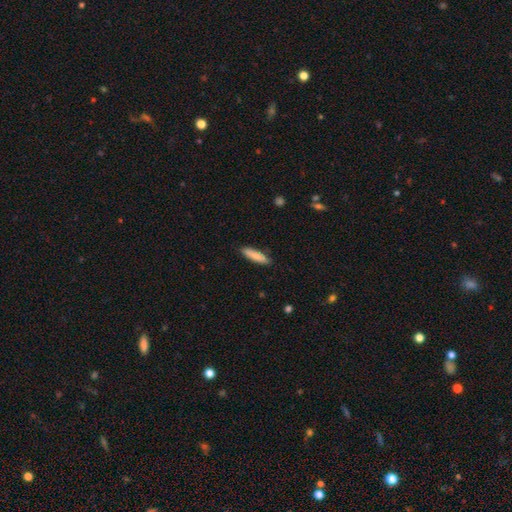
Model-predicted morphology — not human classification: A smooth galaxy with no disk features (82%) that is cigar-shaped (75%).

Vote fractions:
- Smooth or featured? smooth: 82% / featured or disk: 13% / star or artifact: 6%
- How rounded? cigar-shaped: 75% / in between: 24% / round: 1%
- Merging? none: 88% / minor disturbance: 9% / major disturbance: 2% / merger: 1%